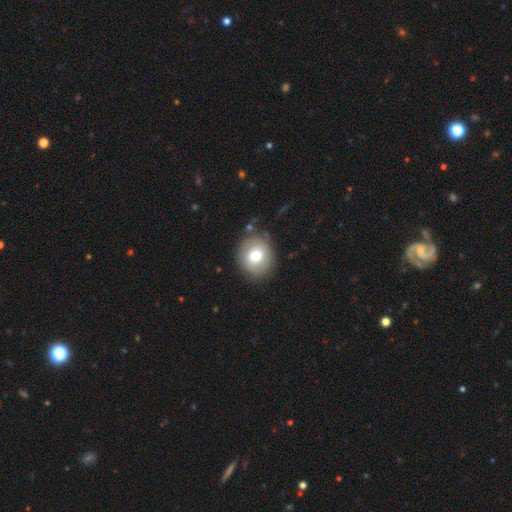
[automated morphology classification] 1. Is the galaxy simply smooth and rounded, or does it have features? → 72% smooth, 19% featured or disk, 9% star or artifact.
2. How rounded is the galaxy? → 78% round, 22% in between, 1% cigar-shaped.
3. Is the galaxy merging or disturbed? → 81% none, 12% minor disturbance, 4% major disturbance, 3% merger.